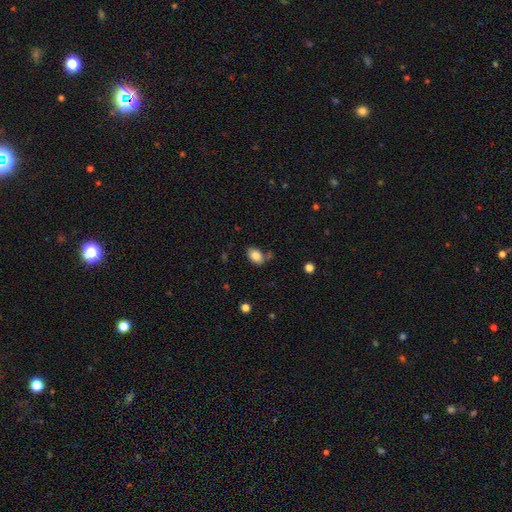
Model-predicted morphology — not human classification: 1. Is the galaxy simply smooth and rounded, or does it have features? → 84% smooth, 9% star or artifact, 8% featured or disk.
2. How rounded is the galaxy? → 81% in between, 18% round, 1% cigar-shaped.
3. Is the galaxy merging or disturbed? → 67% none, 19% minor disturbance, 9% merger, 5% major disturbance.